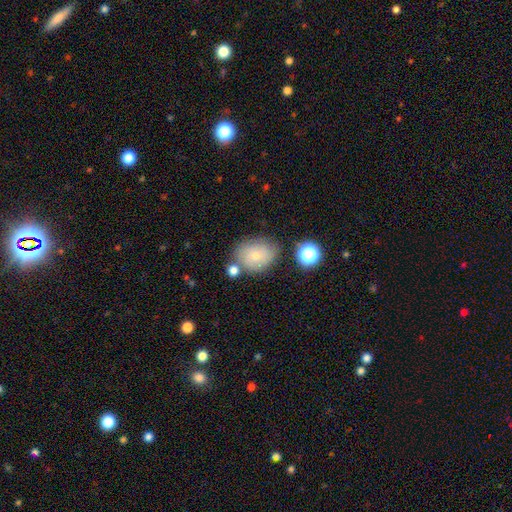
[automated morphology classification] Smooth or featured? Predicted: smooth (p=0.63). How rounded? Predicted: round (p=0.50). Merging? Predicted: none (p=0.63).